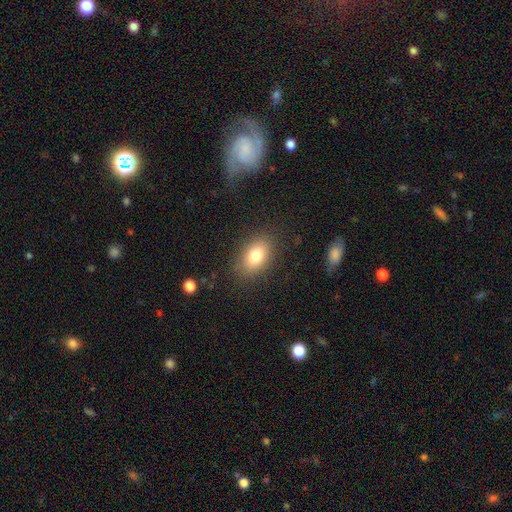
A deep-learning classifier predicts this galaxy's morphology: type=smooth (79%); roundness=in between (85%); merging=none (84%).